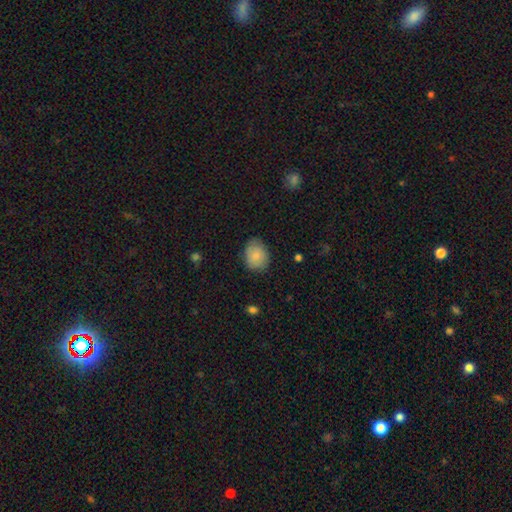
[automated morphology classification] The model was most divided on "how rounded": in between: 52%, round: 47%, cigar-shaped: 1%. More confident: smooth or featured — smooth (81%); merging — none (74%).